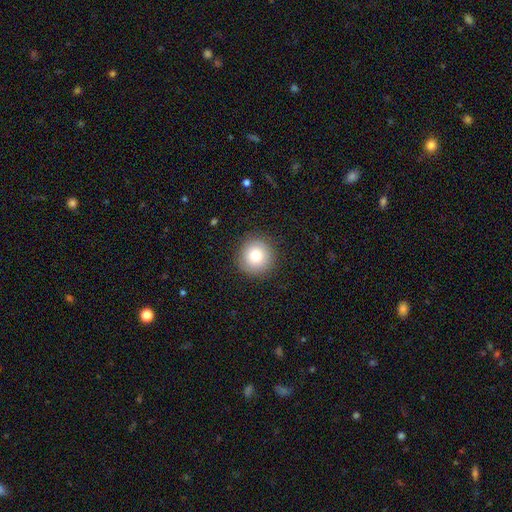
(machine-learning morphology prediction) smooth 79%, featured or disk 11%, star or artifact 10%. Down the decision tree: how rounded — round (94%); merging — none (90%).